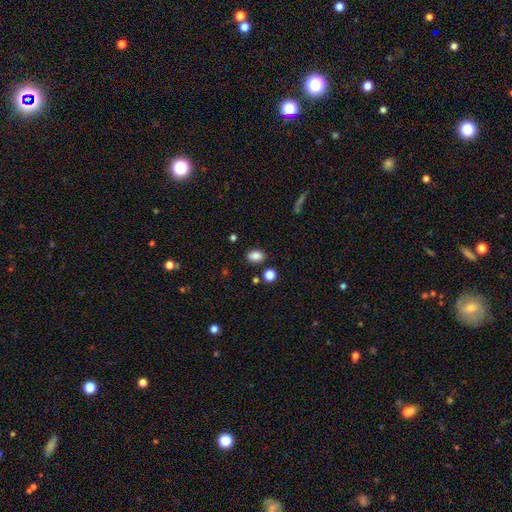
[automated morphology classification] type=smooth (85%); roundness=in between (80%); merging=none (83%).